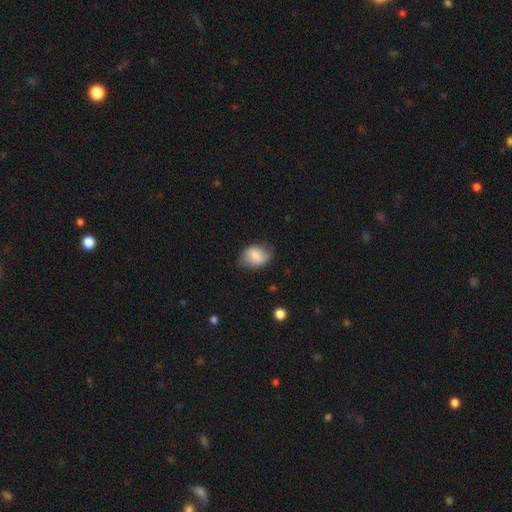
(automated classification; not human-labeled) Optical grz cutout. It shows a smooth galaxy with no disk features (71%) that is in between round and cigar-shaped (70%). Merging: none (68%).